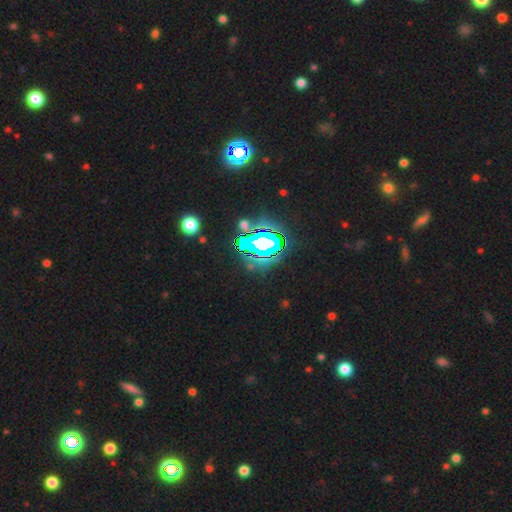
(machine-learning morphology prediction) Smooth or featured?
  - star or artifact: 82% *
  - smooth: 11%
  - featured or disk: 7%